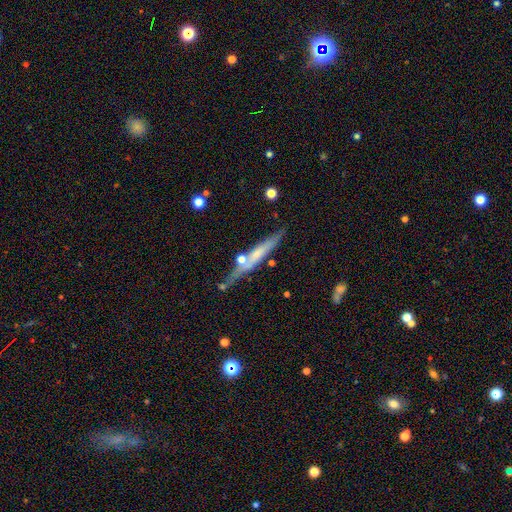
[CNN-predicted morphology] Smooth or featured?
  - featured or disk: 56% *
  - smooth: 36%
  - star or artifact: 7%
Edge-on disk?
  - yes: 91% *
  - no: 9%
Edge-on bulge?
  - none: 51% *
  - rounded: 40%
  - boxy: 9%
Merging?
  - none: 71% *
  - minor disturbance: 16%
  - merger: 9%
  - major disturbance: 4%